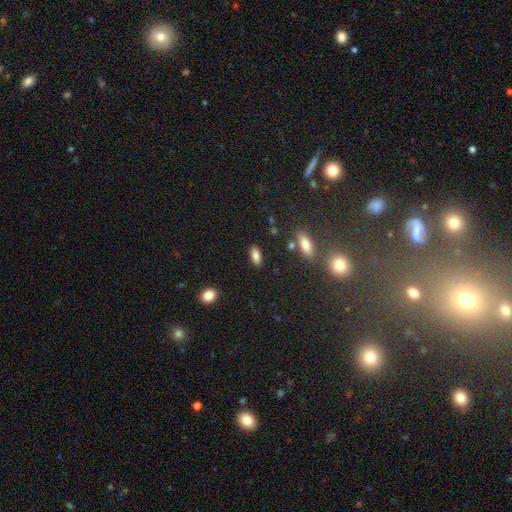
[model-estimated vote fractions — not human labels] This is clearly a smooth galaxy (82%). How rounded: likely in between (77%). Merging: clearly none (85%).